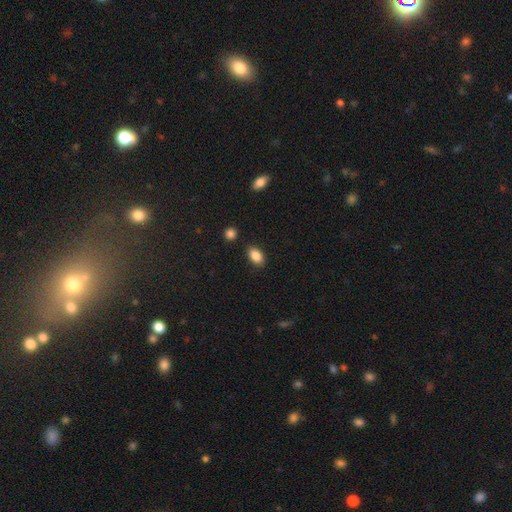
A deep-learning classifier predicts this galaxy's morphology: smooth 86%, star or artifact 8%, featured or disk 6%. Down the decision tree: how rounded — in between (89%); merging — none (86%).